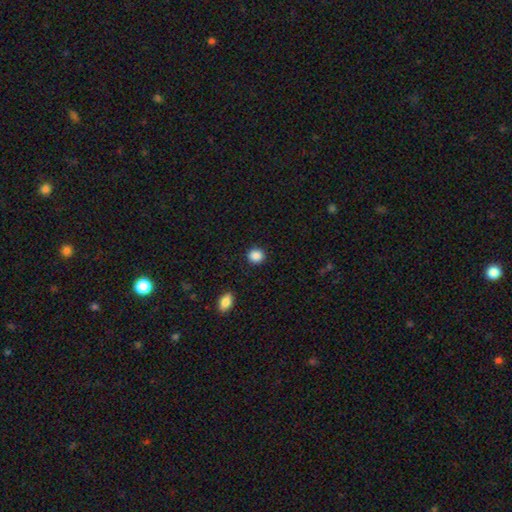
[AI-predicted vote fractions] Smooth or featured? Predicted: smooth (p=0.89). How rounded? Predicted: round (p=0.85). Merging? Predicted: none (p=0.90).